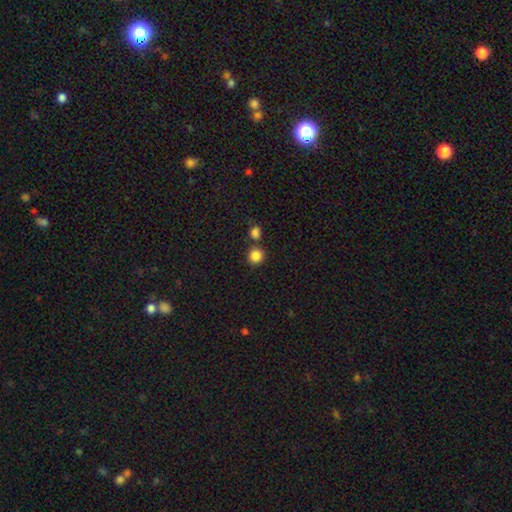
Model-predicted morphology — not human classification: type=smooth (85%); roundness=round (90%); merging=none (73%).